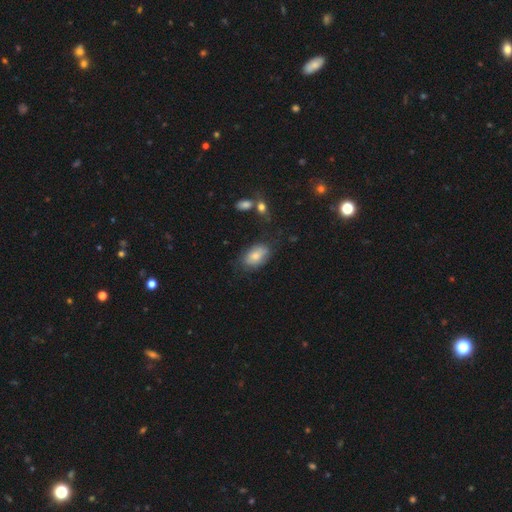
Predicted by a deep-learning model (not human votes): smooth_or_featured: smooth (p=0.75) [alt: featured or disk p=0.18]
how_rounded: in between (p=0.92) [alt: round p=0.06]
merging: none (p=0.68) [alt: minor disturbance p=0.23]